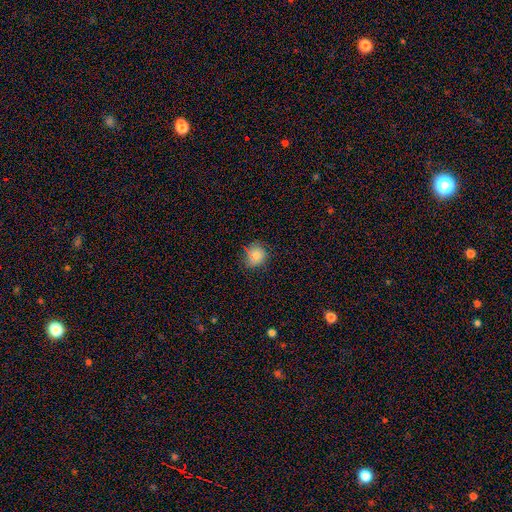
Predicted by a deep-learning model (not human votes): This appears to be a smooth galaxy with no disk features (78%) that is round (73%). Merging: none (72%).